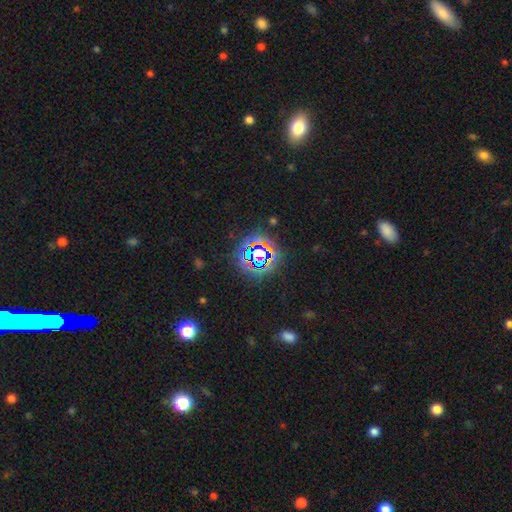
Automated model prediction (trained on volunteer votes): star or artifact 75%, smooth 15%, featured or disk 10%.